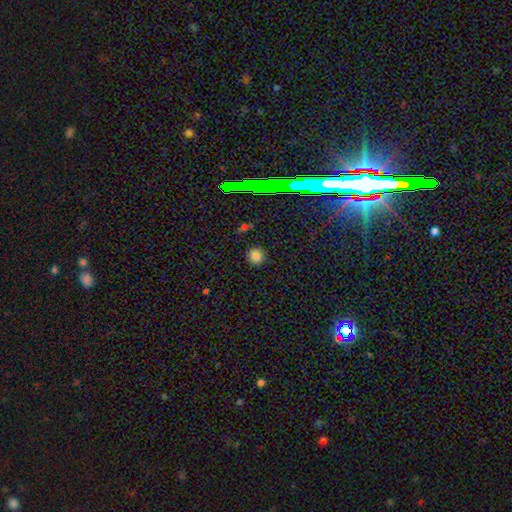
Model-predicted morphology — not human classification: This is likely a smooth galaxy (80%). How rounded: clearly round (89%). Merging: clearly none (90%).